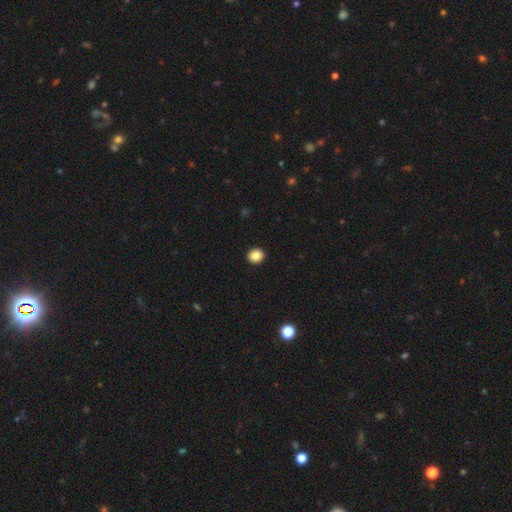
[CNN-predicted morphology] smooth-or-featured: smooth: 86% | star or artifact: 10% | featured or disk: 4%
  how-rounded: round: 85% | in between: 14% | cigar-shaped: 1%
  merging: none: 93% | minor disturbance: 4% | major disturbance: 1% | merger: 1%